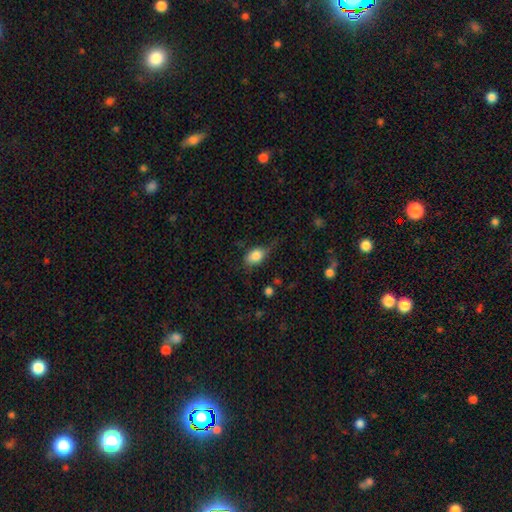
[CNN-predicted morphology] Overall: smooth (82%). How rounded: in between (85%). Merging: none (52%; minor disturbance 32%).